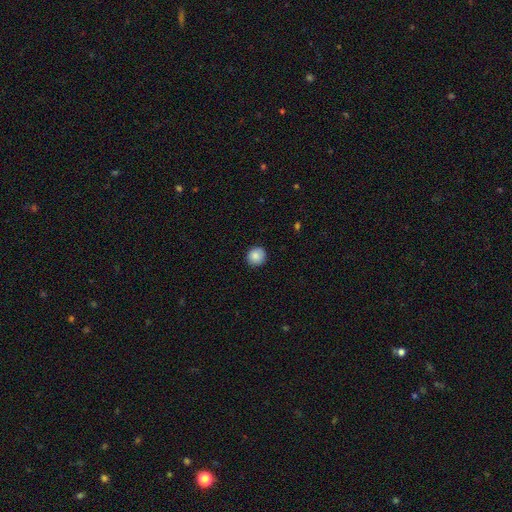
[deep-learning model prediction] A smooth galaxy with no disk features (87%) that is round (93%). Merging: none (90%).